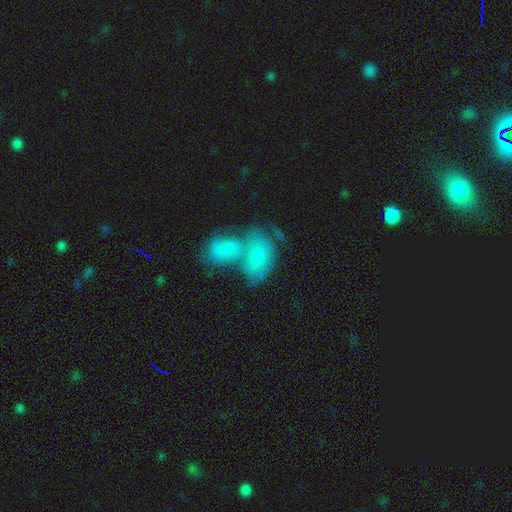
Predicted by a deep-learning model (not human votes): This is likely a smooth galaxy (66%). How rounded: clearly in between (86%). Merging: likely merger (65%).